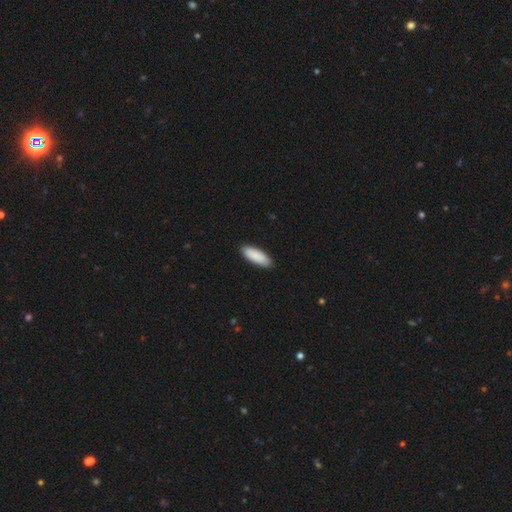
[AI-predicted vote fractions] Overall: smooth (89%). How rounded: in between (68%; cigar-shaped 30%). Merging: none (88%).